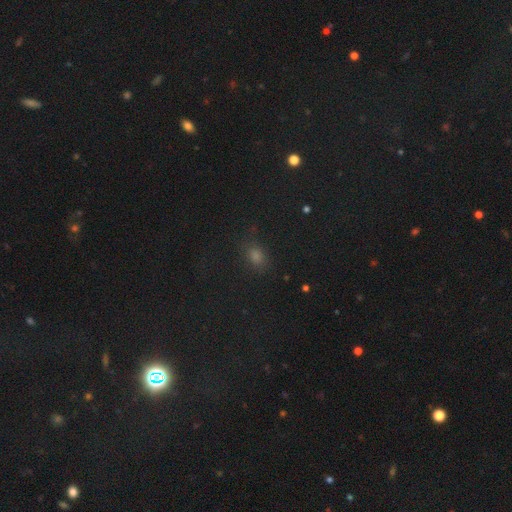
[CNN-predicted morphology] The model was most divided on "how rounded": in between: 59%, round: 38%, cigar-shaped: 2%. More confident: merging — none (81%); smooth or featured — smooth (65%).